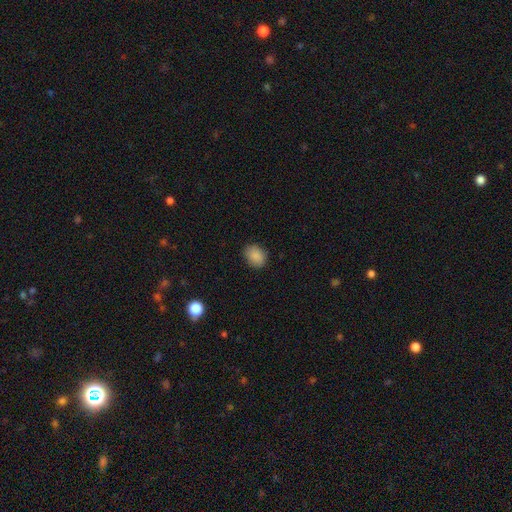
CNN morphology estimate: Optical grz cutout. It shows a smooth galaxy with no disk features (87%) that is round (50%). Merging: none (85%).